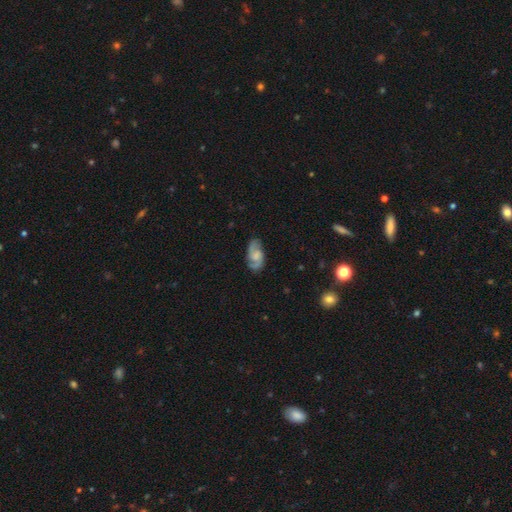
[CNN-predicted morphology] This is likely a featured or disk galaxy (75%). It is clearly not viewed edge-on (97%). Bar: possibly no (51%). Spiral arm pattern: clearly yes (95%). Spiral arm count: clearly 2 (87%). Spiral winding: possibly medium (51%). Central bulge: marginally none (37%). Merging: likely none (76%).